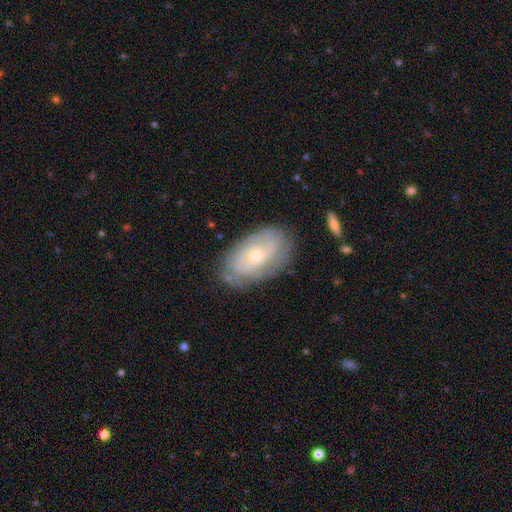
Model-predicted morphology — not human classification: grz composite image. It shows a featured or disk galaxy (70%) with no bar (75%), tight (65%) spiral arms (81%) and a small central bulge (56%). Merging: none (72%).